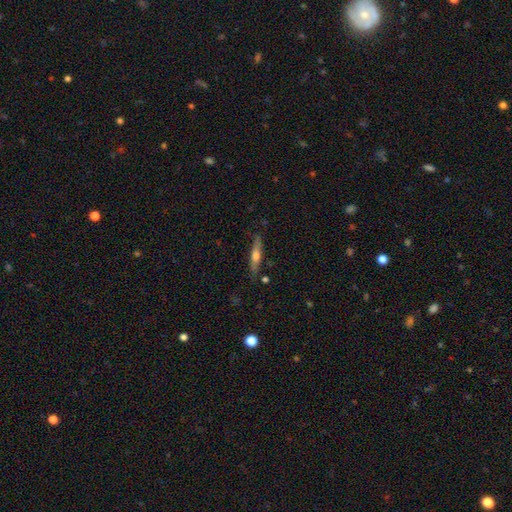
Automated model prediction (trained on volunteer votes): smooth-or-featured: featured or disk: 51% | smooth: 43% | star or artifact: 6%
  disk-edge-on: yes: 93% | no: 7%
  merging: none: 83% | minor disturbance: 12% | merger: 2% | major disturbance: 2%